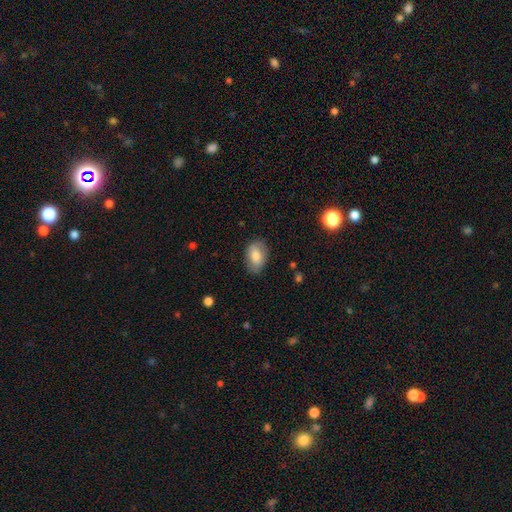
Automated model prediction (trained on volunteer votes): A smooth galaxy with no disk features (73%) that is in between round and cigar-shaped (86%).

Vote fractions:
- Smooth or featured? smooth: 73% / featured or disk: 19% / star or artifact: 7%
- How rounded? in between: 86% / round: 13% / cigar-shaped: 1%
- Merging? none: 79% / minor disturbance: 16% / major disturbance: 4% / merger: 1%